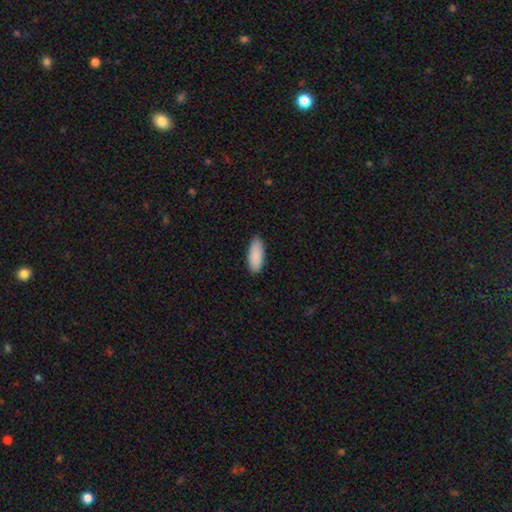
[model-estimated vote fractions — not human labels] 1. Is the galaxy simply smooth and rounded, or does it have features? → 91% smooth, 5% star or artifact, 4% featured or disk.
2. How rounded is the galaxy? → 83% in between, 15% cigar-shaped, 2% round.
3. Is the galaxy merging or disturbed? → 88% none, 9% minor disturbance, 2% major disturbance, 1% merger.